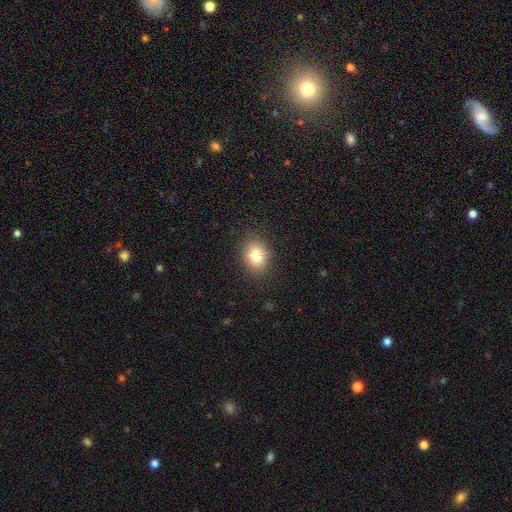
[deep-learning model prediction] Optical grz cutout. It shows a smooth galaxy with no disk features (81%) that is in between round and cigar-shaped (53%). Merging: none (85%).